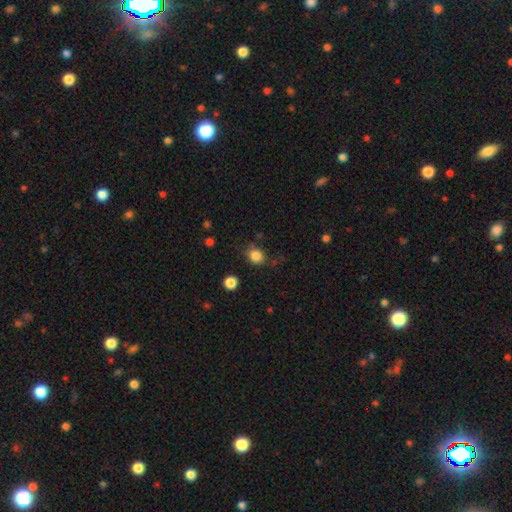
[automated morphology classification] A smooth galaxy with no disk features (84%) that is round (66%).

Vote fractions:
- Smooth or featured? smooth: 84% / star or artifact: 11% / featured or disk: 5%
- How rounded? round: 66% / in between: 33% / cigar-shaped: 1%
- Merging? none: 72% / minor disturbance: 18% / major disturbance: 6% / merger: 3%